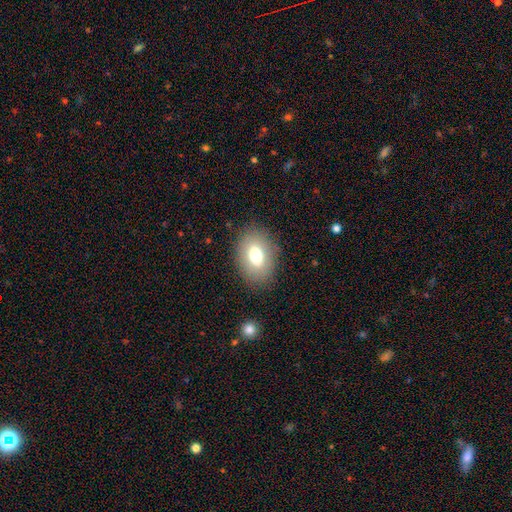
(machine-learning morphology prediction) Smooth or featured? Predicted: smooth (p=0.73). How rounded? Predicted: in between (p=0.80). Merging? Predicted: none (p=0.85).